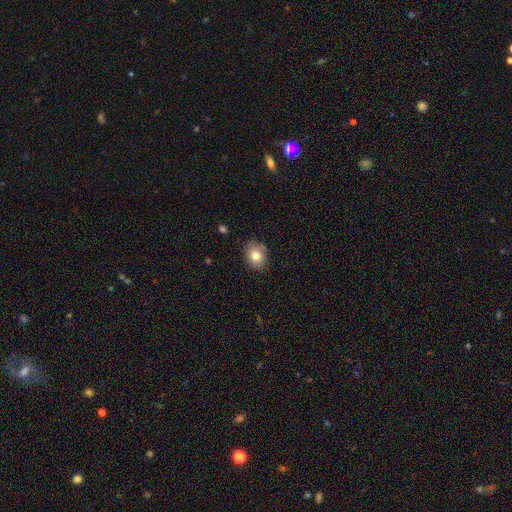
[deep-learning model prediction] Smooth or featured? smooth (80%)
How rounded? in between (58%)
Merging? none (81%)